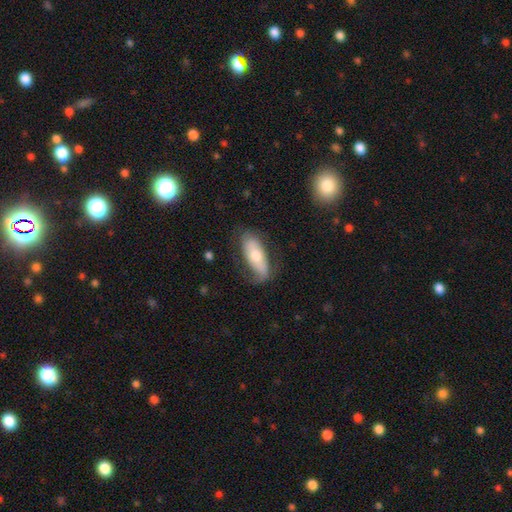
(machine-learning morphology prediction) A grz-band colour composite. It shows a smooth galaxy with no disk features (53%) that is in between round and cigar-shaped (75%). Merging: none (64%).